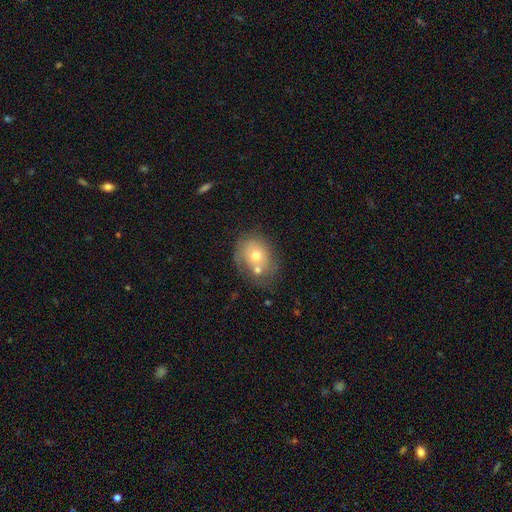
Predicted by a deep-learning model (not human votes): Overall: smooth (55%; featured or disk 36%). How rounded: round (53%; in between 46%). Merging: none (38%; merger 35%).